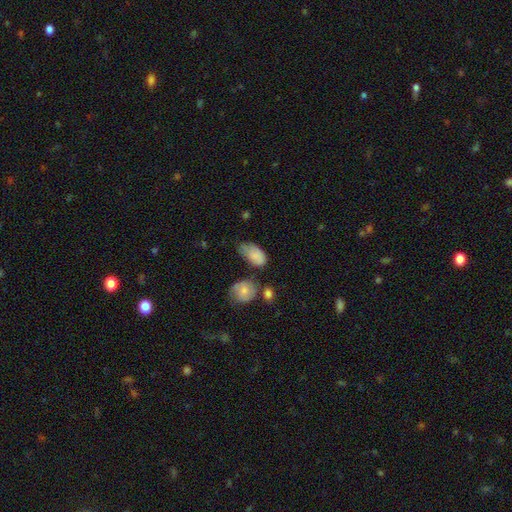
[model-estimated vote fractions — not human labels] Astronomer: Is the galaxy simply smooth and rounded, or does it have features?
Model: smooth — 81%.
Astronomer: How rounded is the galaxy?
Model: in between — 91%.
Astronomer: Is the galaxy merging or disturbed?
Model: minor disturbance — 38%, tied with none at 38%.